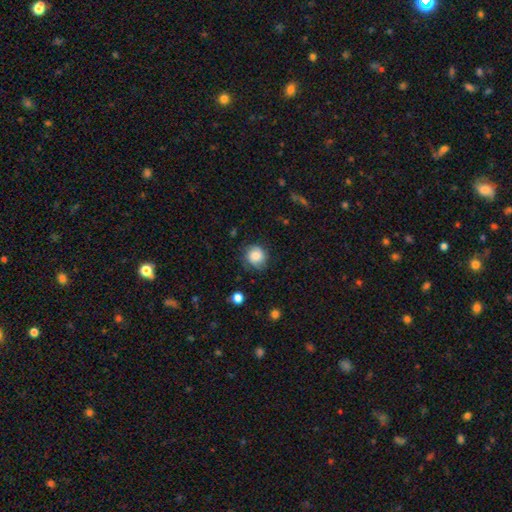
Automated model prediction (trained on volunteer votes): Q: Smooth or featured?
A: smooth (82%); runner-up: featured or disk (9%)
Q: How rounded?
A: round (88%); runner-up: in between (11%)
Q: Merging?
A: none (76%); runner-up: minor disturbance (18%)